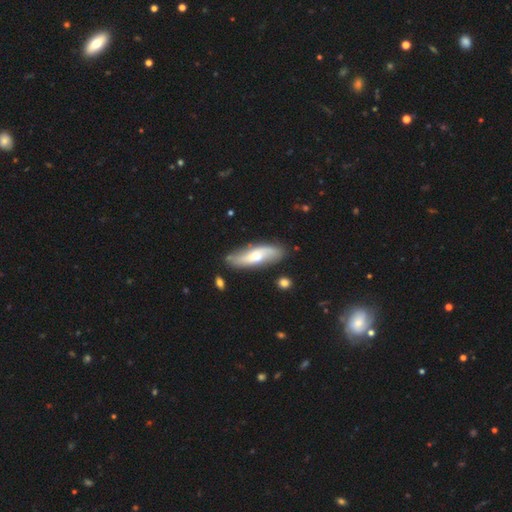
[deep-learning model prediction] Smooth or featured? Predicted: featured or disk (p=0.54). Edge-on disk? Predicted: no (p=0.70). Merging? Predicted: none (p=0.76).